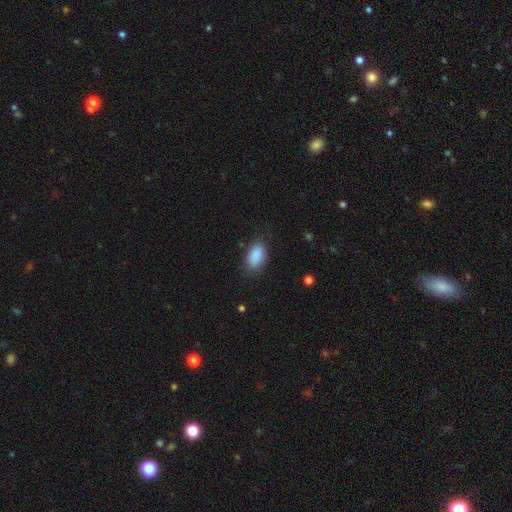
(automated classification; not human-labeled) Smooth or featured? smooth (89%)
How rounded? in between (92%)
Merging? none (78%)